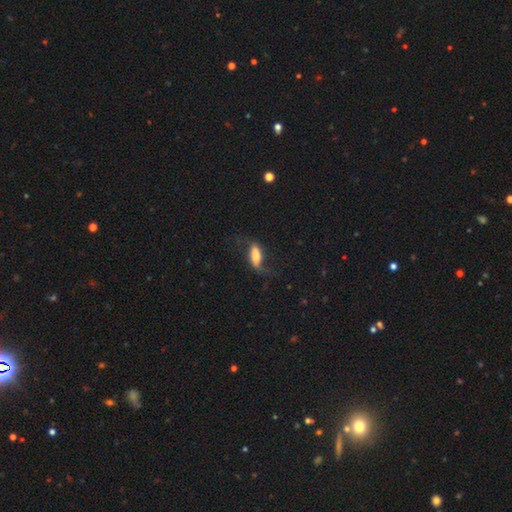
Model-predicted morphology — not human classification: Smooth or featured? Predicted: smooth (p=0.53). How rounded? Predicted: in between (p=0.60). Merging? Predicted: none (p=0.53).